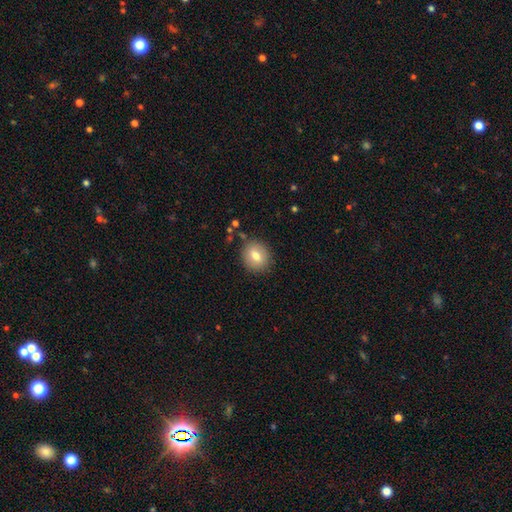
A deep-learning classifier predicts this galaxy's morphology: This is likely a smooth galaxy (75%). How rounded: likely round (75%). Merging: clearly none (86%).